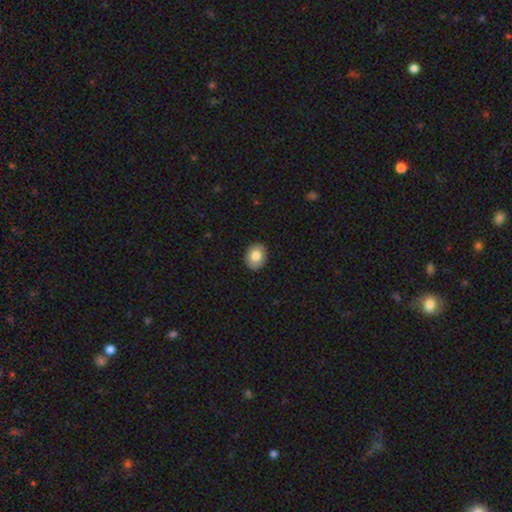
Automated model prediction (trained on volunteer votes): Smooth or featured?
  - smooth: 82% *
  - featured or disk: 11%
  - star or artifact: 8%
How rounded?
  - in between: 56% *
  - round: 43%
  - cigar-shaped: 1%
Merging?
  - none: 90% *
  - minor disturbance: 7%
  - major disturbance: 2%
  - merger: 1%